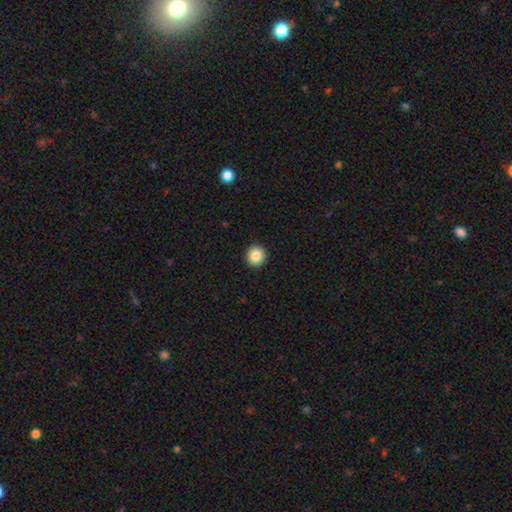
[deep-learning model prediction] smooth_or_featured: smooth (p=0.87) [alt: star or artifact p=0.09]
how_rounded: round (p=0.88) [alt: in between p=0.11]
merging: none (p=0.93) [alt: minor disturbance p=0.05]